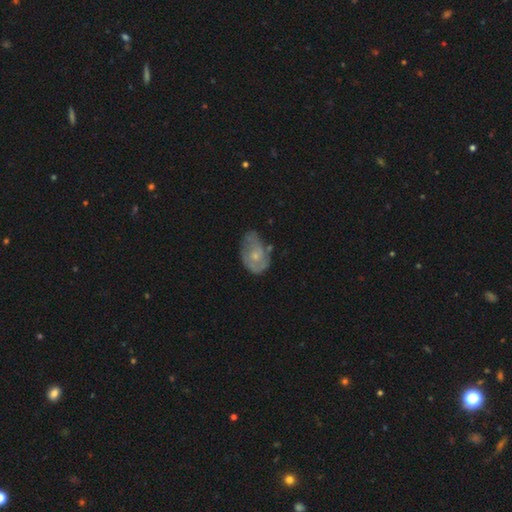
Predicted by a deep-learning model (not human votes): Smooth or featured: featured or disk — 58% (smooth — 35%)
Edge-on disk: no — 96% (yes — 4%)
Bar: no — 81% (weak — 16%)
Spiral arms: yes — 70% (no — 30%)
Bulge size: small — 63% (moderate — 32%)
Merging: none — 45% (minor disturbance — 36%)